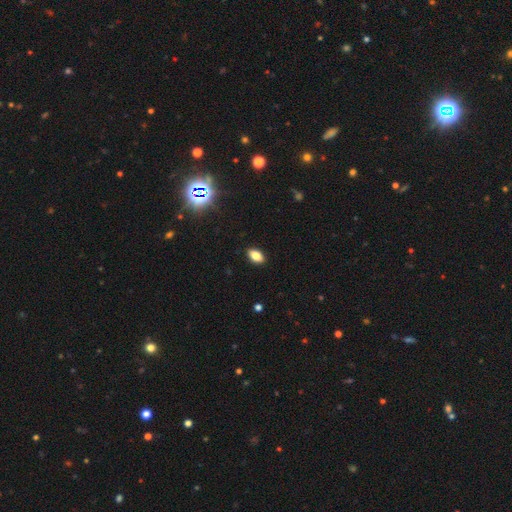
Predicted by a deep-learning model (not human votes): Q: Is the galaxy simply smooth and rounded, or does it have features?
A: smooth — 81%.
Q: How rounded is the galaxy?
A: in between — 90%.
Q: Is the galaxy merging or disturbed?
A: none — 89%.